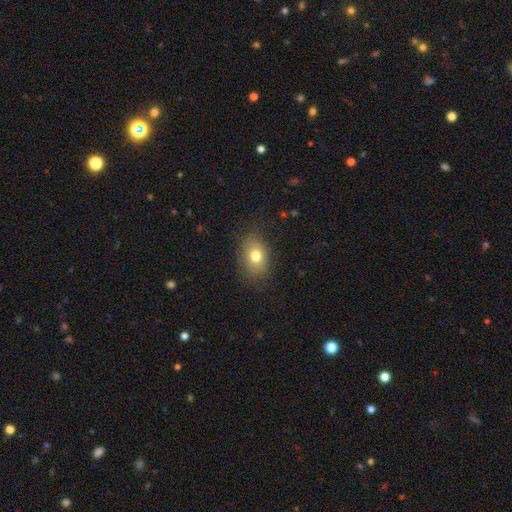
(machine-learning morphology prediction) Smooth or featured?
  - smooth: 76% *
  - featured or disk: 14%
  - star or artifact: 10%
How rounded?
  - in between: 74% *
  - round: 25%
  - cigar-shaped: 1%
Merging?
  - none: 80% *
  - minor disturbance: 14%
  - major disturbance: 5%
  - merger: 1%